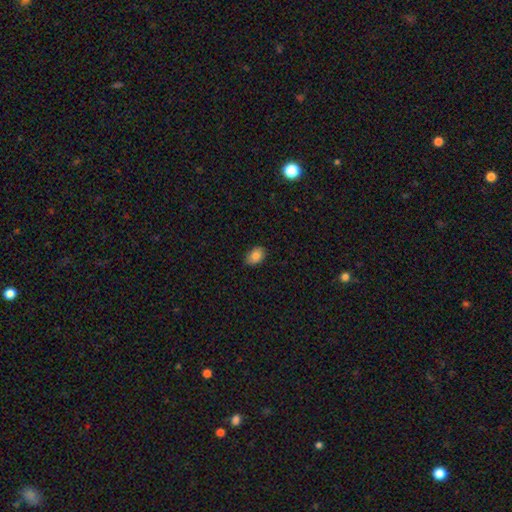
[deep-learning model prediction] Smooth or featured: smooth — 85% (star or artifact — 9%)
How rounded: in between — 85% (round — 14%)
Merging: none — 84% (minor disturbance — 13%)